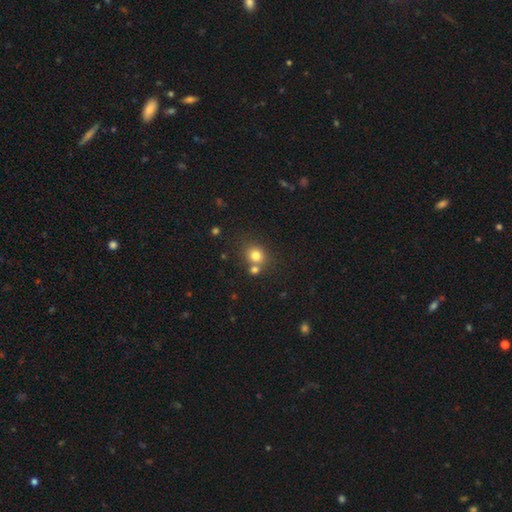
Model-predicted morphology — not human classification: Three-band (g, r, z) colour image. It shows a smooth galaxy with no disk features (79%) that is round (76%). Merging: none (61%).